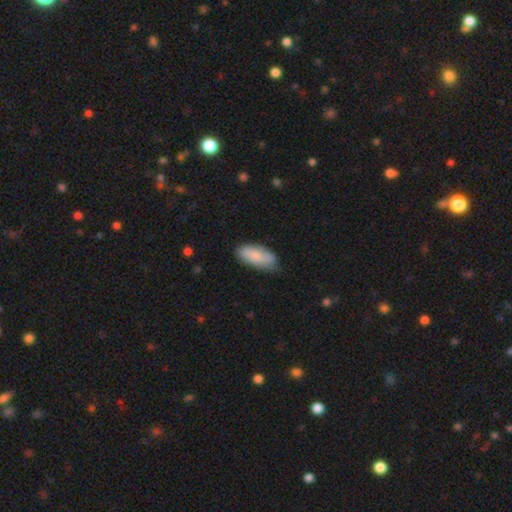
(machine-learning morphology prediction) A smooth galaxy with no disk features (82%) that is in between round and cigar-shaped (83%).

Vote fractions:
- Smooth or featured? smooth: 82% / featured or disk: 13% / star or artifact: 6%
- How rounded? in between: 83% / cigar-shaped: 15% / round: 2%
- Merging? none: 73% / minor disturbance: 22% / major disturbance: 4% / merger: 2%